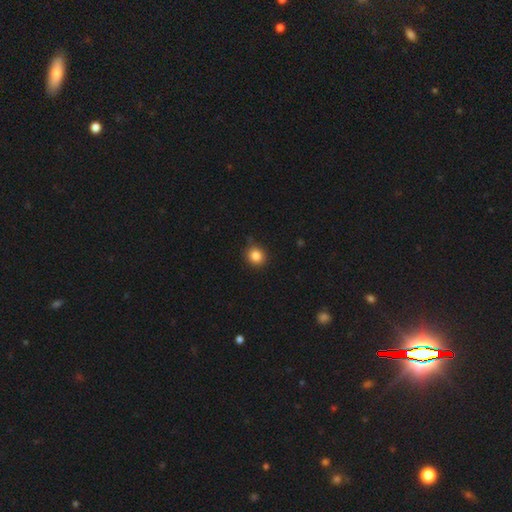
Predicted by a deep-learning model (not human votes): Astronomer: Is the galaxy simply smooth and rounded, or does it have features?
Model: smooth — 85%.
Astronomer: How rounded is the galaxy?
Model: round — 87%.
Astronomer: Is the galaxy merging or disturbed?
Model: none — 86%.